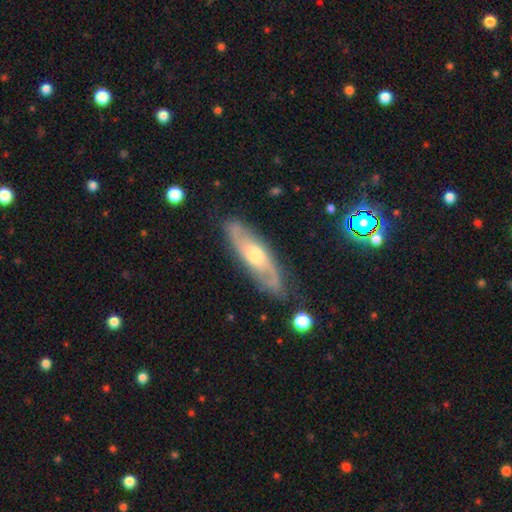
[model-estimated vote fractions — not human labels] Overall: featured or disk (74%). Edge-on disk: no (75%). Bar: no (64%; weak 30%). Spiral arms: yes (88%). Bulge size: moderate (68%). Merging: none (80%).